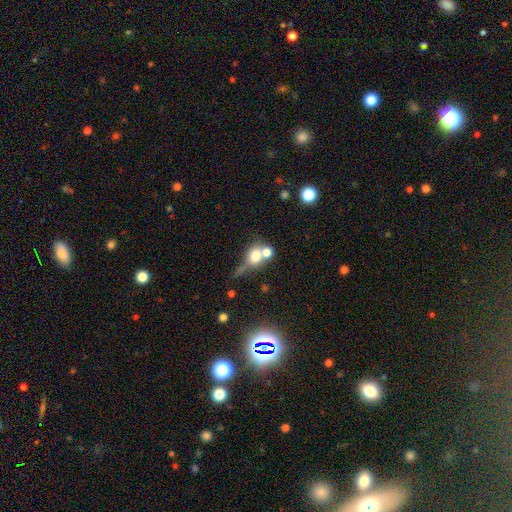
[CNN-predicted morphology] Smooth or featured: smooth — 65% (featured or disk — 23%)
How rounded: round — 62% (in between — 34%)
Merging: merger — 49% (none — 31%)